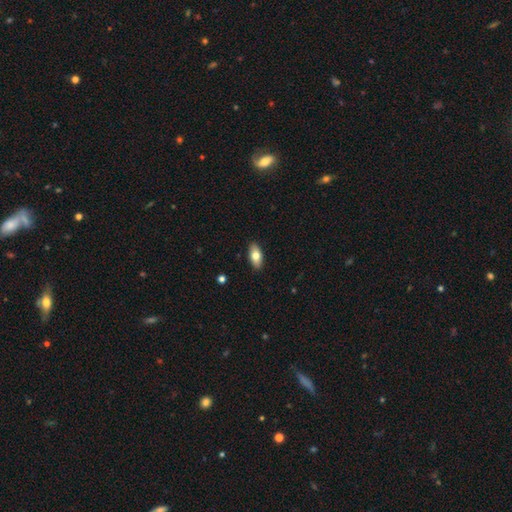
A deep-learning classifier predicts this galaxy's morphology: Q: Smooth or featured?
A: smooth (75%); runner-up: featured or disk (18%)
Q: How rounded?
A: in between (89%); runner-up: cigar-shaped (8%)
Q: Merging?
A: none (89%); runner-up: minor disturbance (8%)